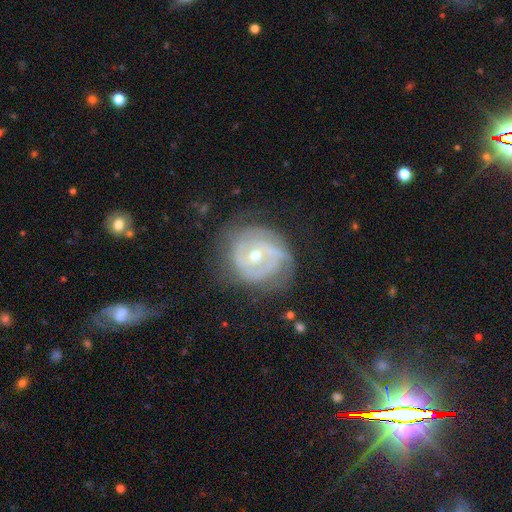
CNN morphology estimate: This is likely a featured or disk galaxy (76%). It is clearly not viewed edge-on (97%). Bar: likely no (69%). Spiral arm pattern: likely yes (77%). Spiral arm count: marginally can't tell (38%). Spiral winding: likely tight (61%). Central bulge: possibly moderate (50%). Merging: possibly none (59%).